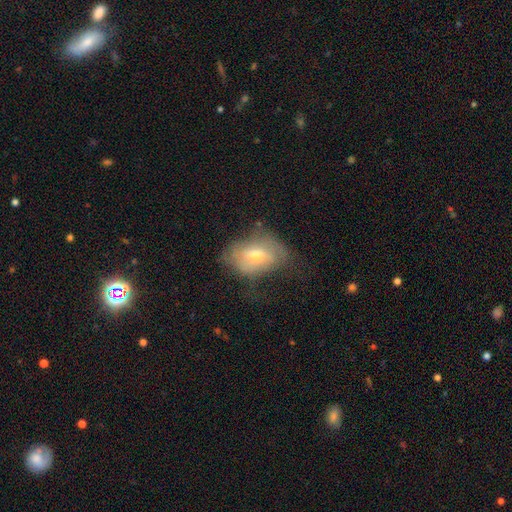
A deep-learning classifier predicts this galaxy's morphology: Smooth or featured?
  - smooth: 50% *
  - featured or disk: 40%
  - star or artifact: 9%
How rounded?
  - in between: 75% *
  - round: 23%
  - cigar-shaped: 2%
Merging?
  - none: 43% *
  - minor disturbance: 32%
  - major disturbance: 23%
  - merger: 2%